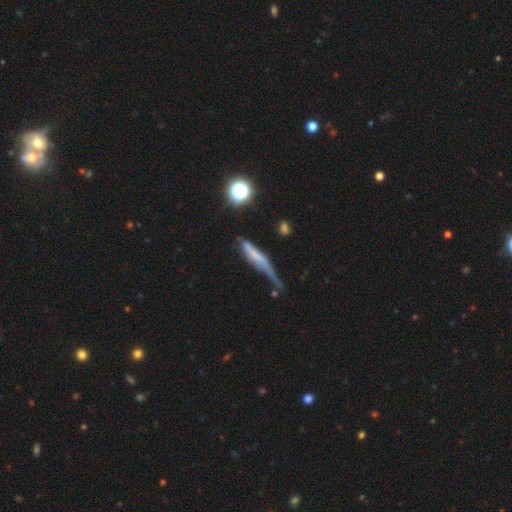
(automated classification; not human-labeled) A smooth galaxy with no disk features (45%). Merging: minor disturbance (33%).